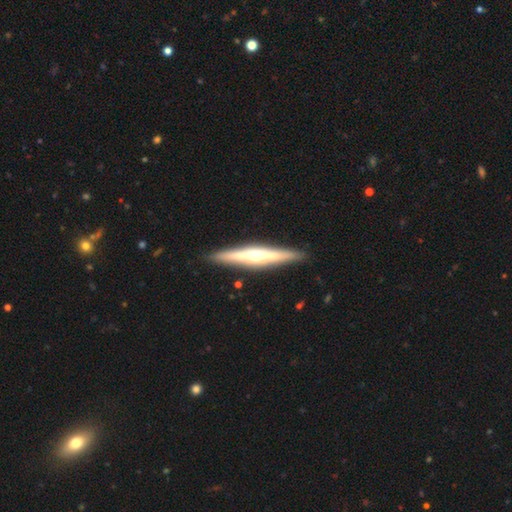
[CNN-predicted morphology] smooth-or-featured: featured or disk: 70% | smooth: 25% | star or artifact: 6%
  disk-edge-on: yes: 96% | no: 4%
    edge-on-bulge: rounded: 85% | boxy: 8% | none: 7%
  merging: none: 90% | minor disturbance: 7% | major disturbance: 2% | merger: 1%